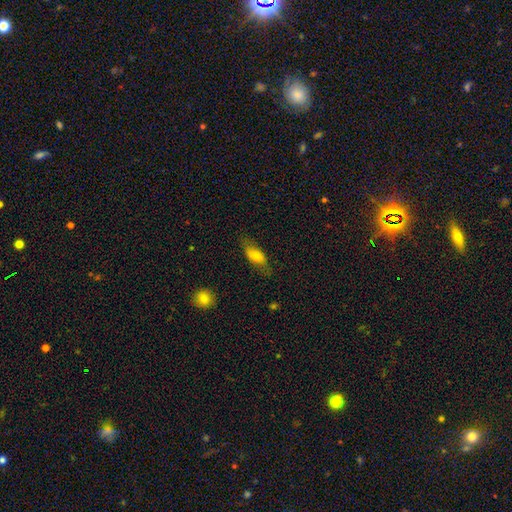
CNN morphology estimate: This appears to be a smooth galaxy with no disk features (68%) that is in between round and cigar-shaped (70%). Merging: none (73%).